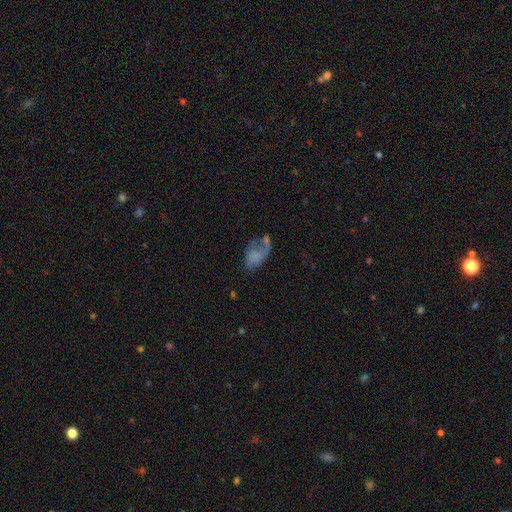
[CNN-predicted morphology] Smooth or featured?
  - featured or disk: 44% *
  - smooth: 43%
  - star or artifact: 13%
Merging?
  - major disturbance: 38% *
  - none: 28%
  - minor disturbance: 22%
  - merger: 12%